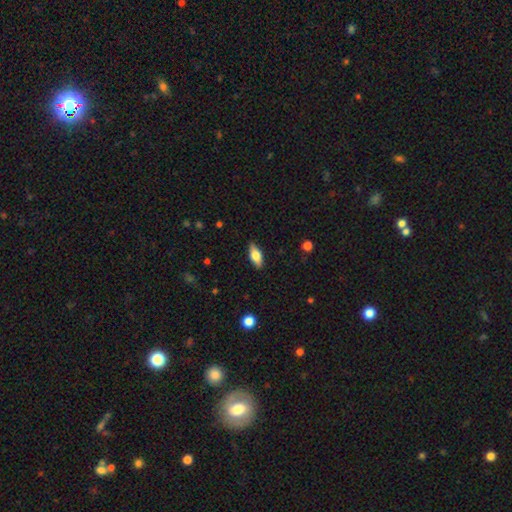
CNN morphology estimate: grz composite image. It shows a smooth galaxy with no disk features (65%) that is in between round and cigar-shaped (79%). Merging: none (87%).